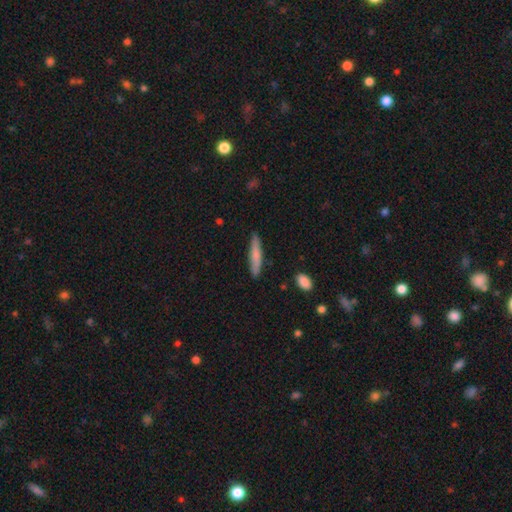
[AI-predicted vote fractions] This is likely a smooth galaxy (74%). How rounded: clearly cigar-shaped (91%). Merging: clearly none (87%).